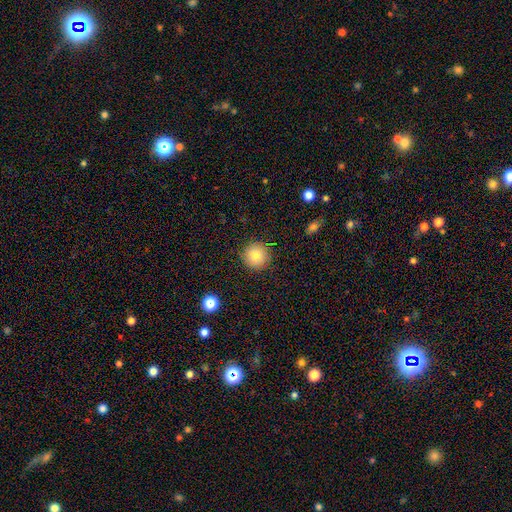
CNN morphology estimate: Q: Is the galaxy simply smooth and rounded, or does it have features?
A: smooth — 80%.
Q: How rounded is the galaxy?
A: round — 96%.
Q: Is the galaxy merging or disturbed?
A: none — 90%.